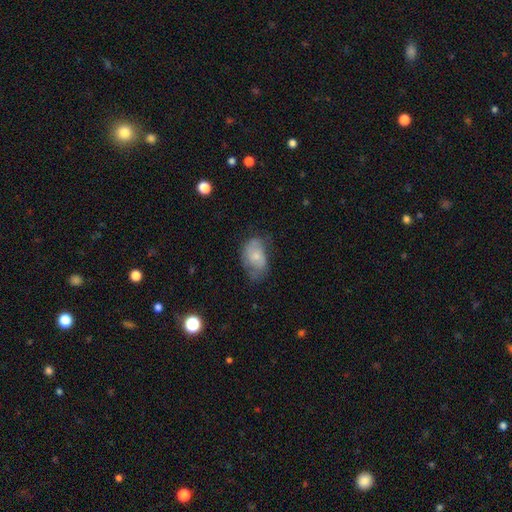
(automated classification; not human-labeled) This appears to be a smooth galaxy with no disk features (61%) that is in between round and cigar-shaped (86%). Merging: none (44%).